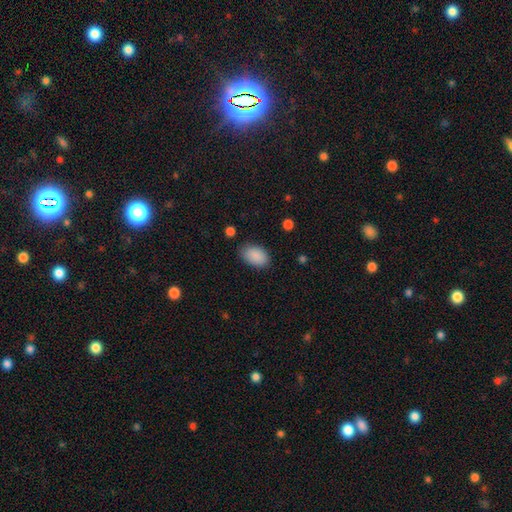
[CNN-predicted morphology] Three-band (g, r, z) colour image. It shows a smooth galaxy with no disk features (90%) that is in between round and cigar-shaped (92%). Merging: none (84%).